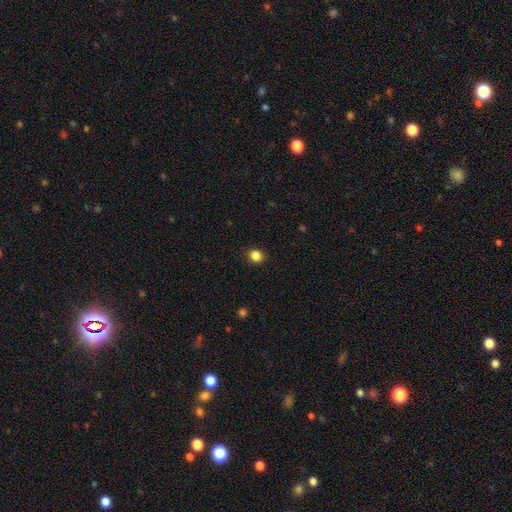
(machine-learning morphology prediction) type=smooth (86%); roundness=round (69%); merging=none (90%).